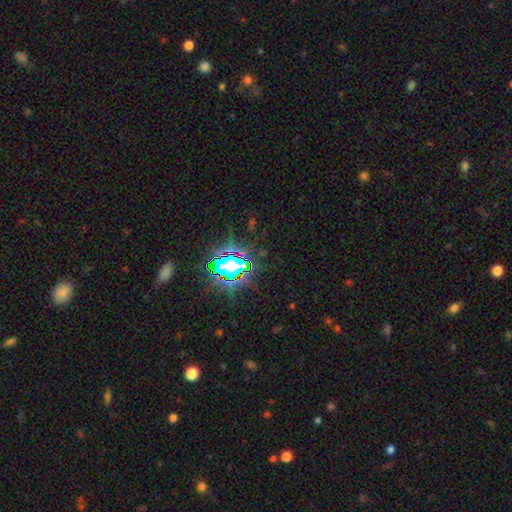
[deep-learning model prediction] Smooth or featured? star or artifact (79%)